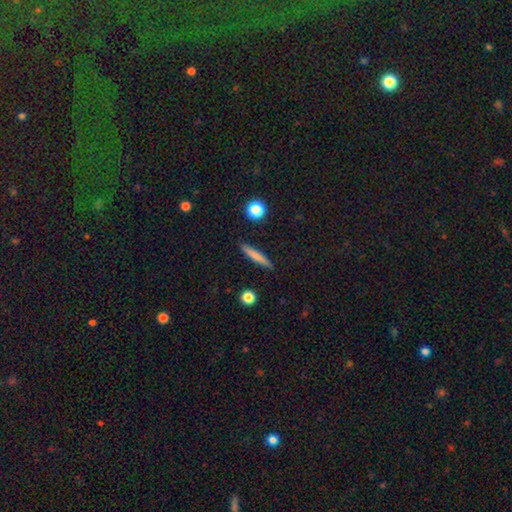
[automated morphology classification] This is likely a smooth galaxy (71%). How rounded: clearly cigar-shaped (92%). Merging: clearly none (90%).